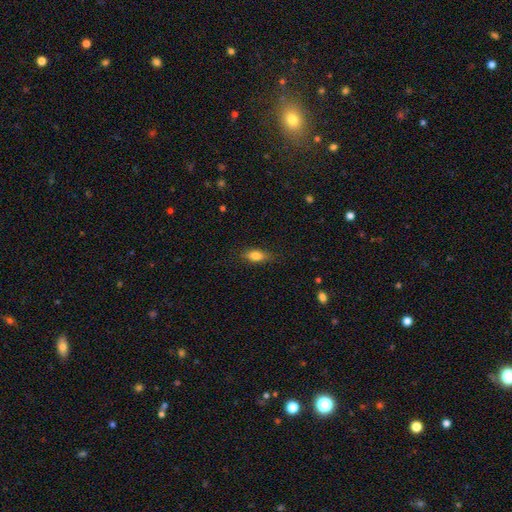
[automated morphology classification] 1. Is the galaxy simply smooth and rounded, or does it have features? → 79% smooth, 12% featured or disk, 8% star or artifact.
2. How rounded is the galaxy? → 77% in between, 16% cigar-shaped, 7% round.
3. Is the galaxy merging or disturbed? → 81% none, 14% minor disturbance, 3% major disturbance, 1% merger.